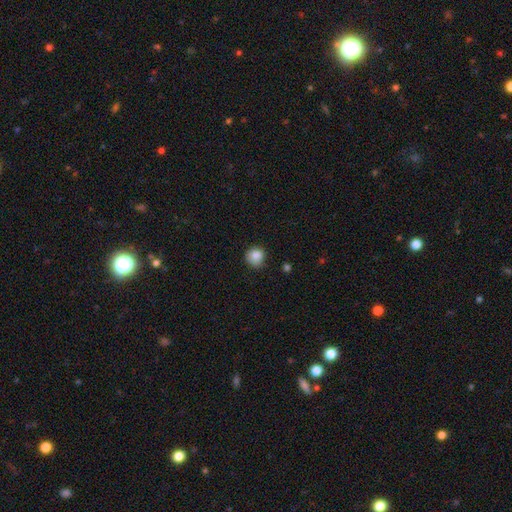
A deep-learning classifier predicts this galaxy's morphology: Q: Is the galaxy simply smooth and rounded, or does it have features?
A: smooth — 85%.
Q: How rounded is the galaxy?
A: round — 88%.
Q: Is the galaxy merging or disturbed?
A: none — 75%.